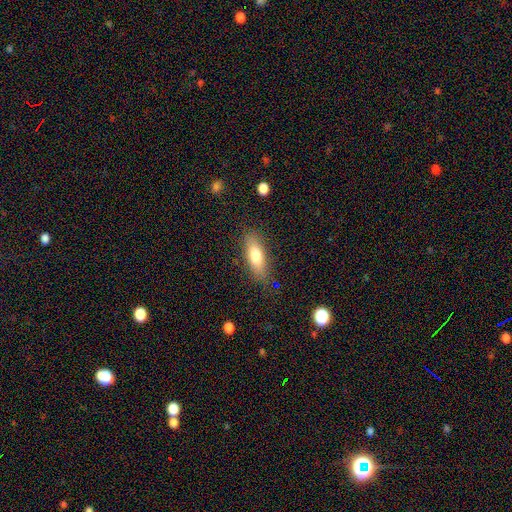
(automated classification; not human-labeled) A smooth galaxy with no disk features (75%) that is in between round and cigar-shaped (61%).

Vote fractions:
- Smooth or featured? smooth: 75% / featured or disk: 18% / star or artifact: 7%
- How rounded? in between: 61% / cigar-shaped: 37% / round: 2%
- Merging? none: 82% / minor disturbance: 13% / major disturbance: 3% / merger: 2%